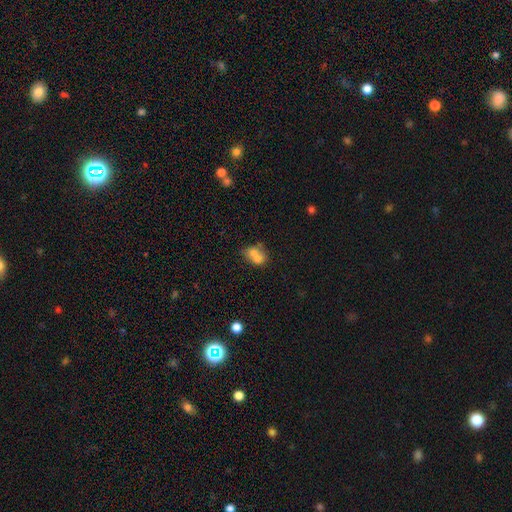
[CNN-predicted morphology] This appears to be a smooth galaxy with no disk features (66%) that is round (57%). Merging: merger (66%).